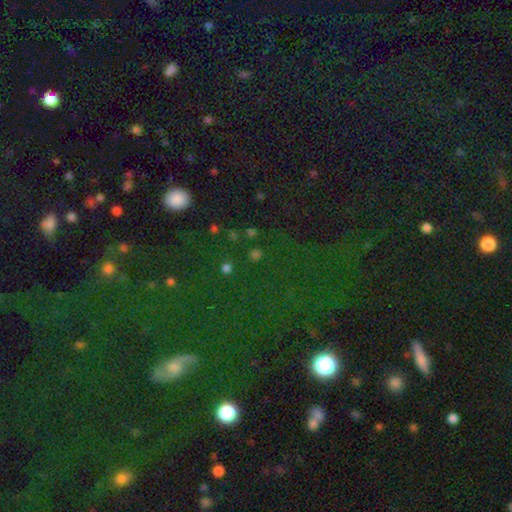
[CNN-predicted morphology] smooth-or-featured: star or artifact: 55% | smooth: 32% | featured or disk: 13%